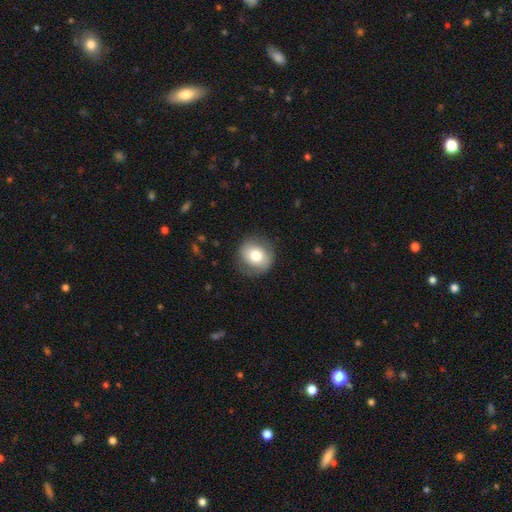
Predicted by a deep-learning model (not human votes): A smooth galaxy with no disk features (72%) that is round (84%).

Vote fractions:
- Smooth or featured? smooth: 72% / featured or disk: 20% / star or artifact: 8%
- How rounded? round: 84% / in between: 15% / cigar-shaped: 1%
- Merging? none: 81% / minor disturbance: 14% / major disturbance: 5% / merger: 1%